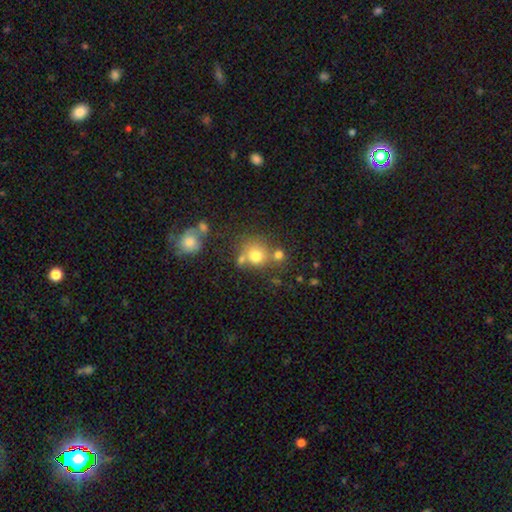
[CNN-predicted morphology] Q: Smooth or featured?
A: smooth (75%); runner-up: star or artifact (13%)
Q: How rounded?
A: round (84%); runner-up: in between (15%)
Q: Merging?
A: none (55%); runner-up: merger (26%)